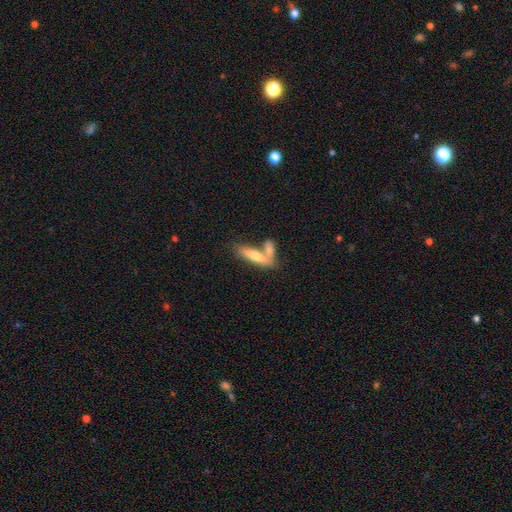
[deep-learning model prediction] Smooth or featured? smooth (64%)
How rounded? cigar-shaped (63%)
Merging? merger (44%)